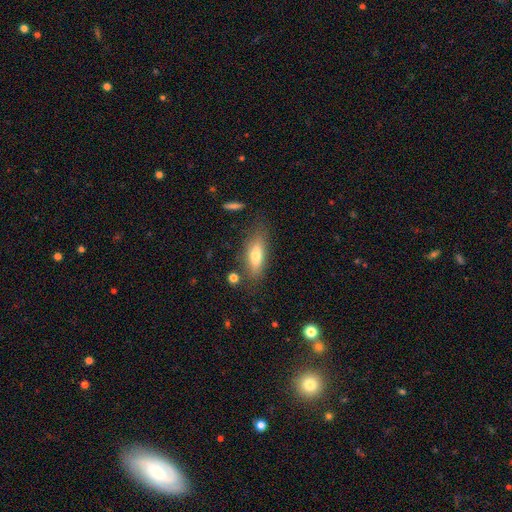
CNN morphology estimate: Overall: smooth (67%). How rounded: in between (58%; cigar-shaped 39%). Merging: none (72%).